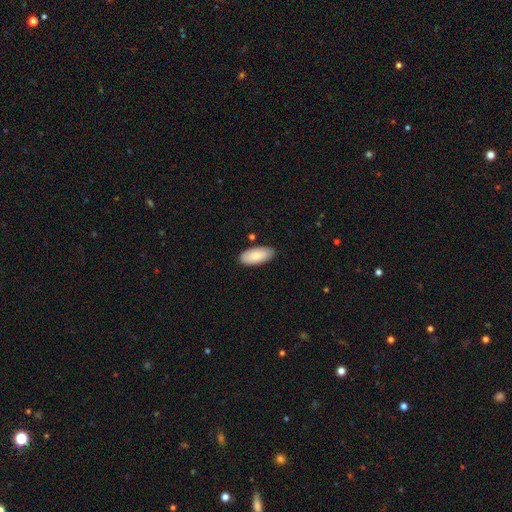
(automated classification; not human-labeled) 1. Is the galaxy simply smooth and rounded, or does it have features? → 85% smooth, 10% featured or disk, 6% star or artifact.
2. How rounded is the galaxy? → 92% in between, 7% cigar-shaped, 2% round.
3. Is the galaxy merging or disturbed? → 84% none, 12% minor disturbance, 2% merger, 2% major disturbance.